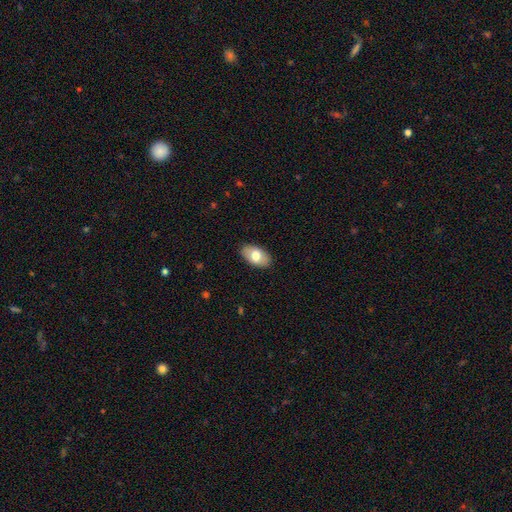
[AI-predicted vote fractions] This is likely a smooth galaxy (72%). How rounded: clearly in between (94%). Merging: clearly none (87%).